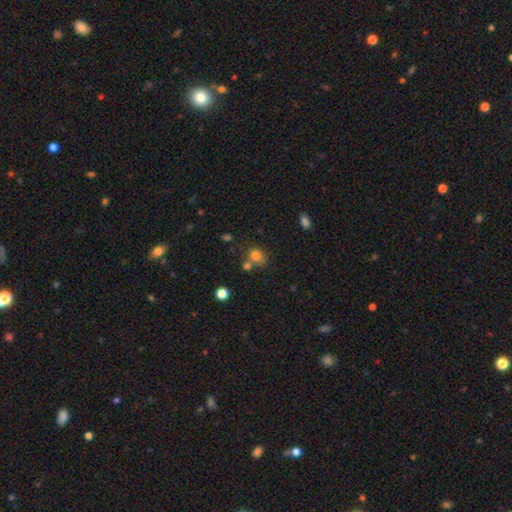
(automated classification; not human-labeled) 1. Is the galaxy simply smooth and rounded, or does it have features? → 77% smooth, 13% star or artifact, 9% featured or disk.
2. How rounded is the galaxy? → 50% in between, 49% round, 1% cigar-shaped.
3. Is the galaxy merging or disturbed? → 48% none, 30% merger, 15% minor disturbance, 7% major disturbance.